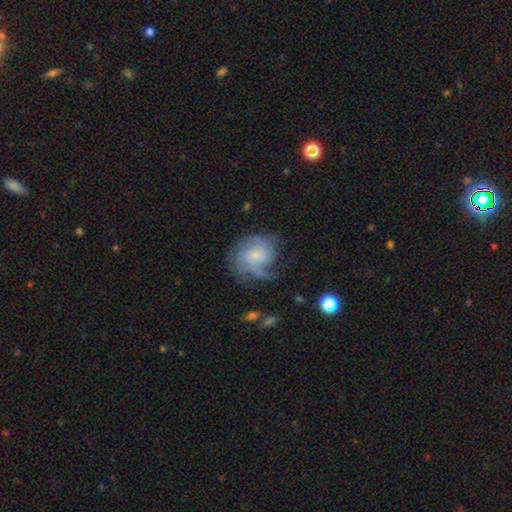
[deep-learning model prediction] The model was most divided on "spiral arm count": can't tell: 29%, 1: 23%, 2: 19%, 3: 18%, 4: 6%, more than 4: 4%. Remaining: edge-on disk — no (98%); spiral arms — yes (87%); bar — no (66%); smooth or featured — featured or disk (62%); bulge size — small (61%); merging — none (48%); spiral winding — medium (40%).